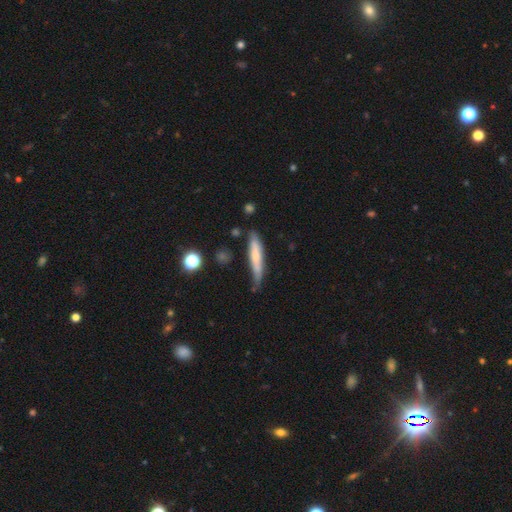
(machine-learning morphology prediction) A smooth galaxy with no disk features (61%) that is cigar-shaped (87%).

Vote fractions:
- Smooth or featured? smooth: 61% / featured or disk: 33% / star or artifact: 7%
- How rounded? cigar-shaped: 87% / in between: 11% / round: 2%
- Merging? none: 63% / minor disturbance: 27% / major disturbance: 6% / merger: 4%